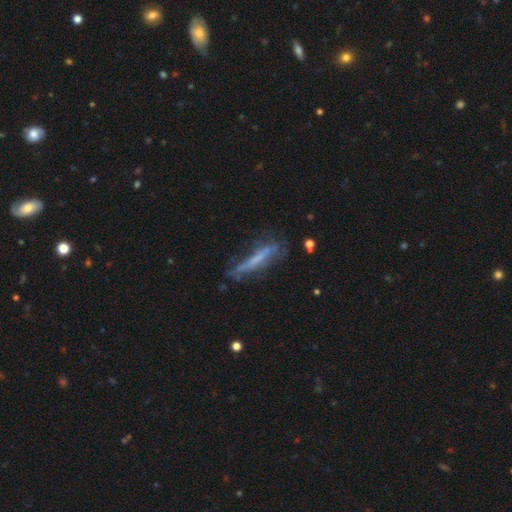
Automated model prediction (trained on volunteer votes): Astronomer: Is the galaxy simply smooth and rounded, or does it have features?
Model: featured or disk — 47% (runner-up: smooth, 40%).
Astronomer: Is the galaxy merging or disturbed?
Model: none — 68%.